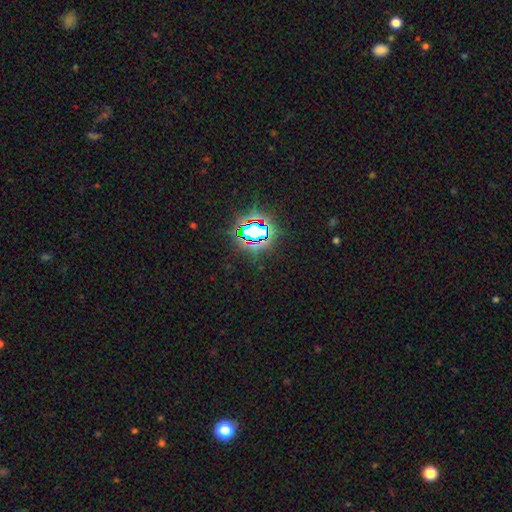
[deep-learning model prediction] Smooth or featured?
  - star or artifact: 80% *
  - smooth: 12%
  - featured or disk: 8%